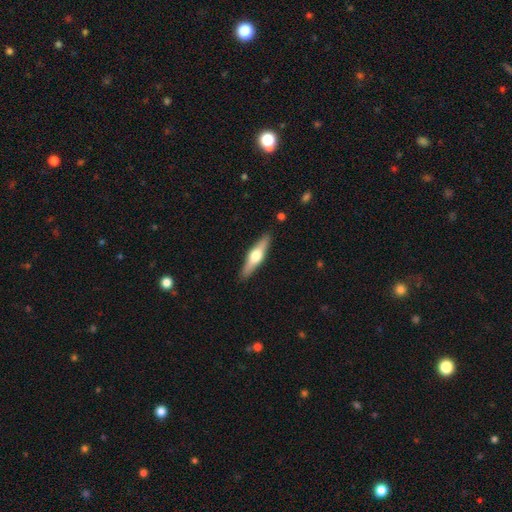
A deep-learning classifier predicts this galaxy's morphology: Smooth or featured: featured or disk — 60% (smooth — 35%)
Edge-on disk: yes — 95% (no — 5%)
Edge-on bulge: rounded — 94% (boxy — 4%)
Merging: none — 89% (minor disturbance — 8%)